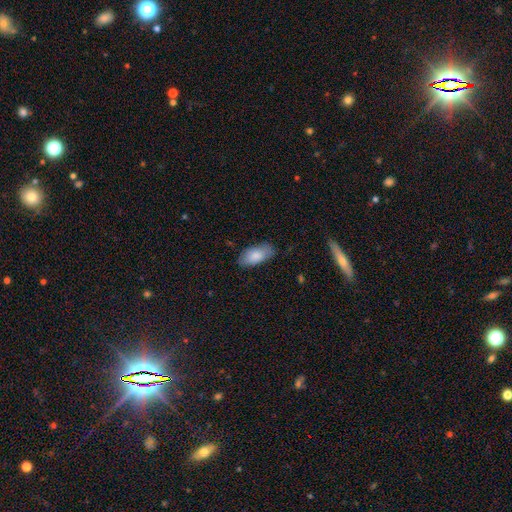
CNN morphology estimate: Smooth or featured? Predicted: smooth (p=0.83). How rounded? Predicted: in between (p=0.91). Merging? Predicted: none (p=0.78).